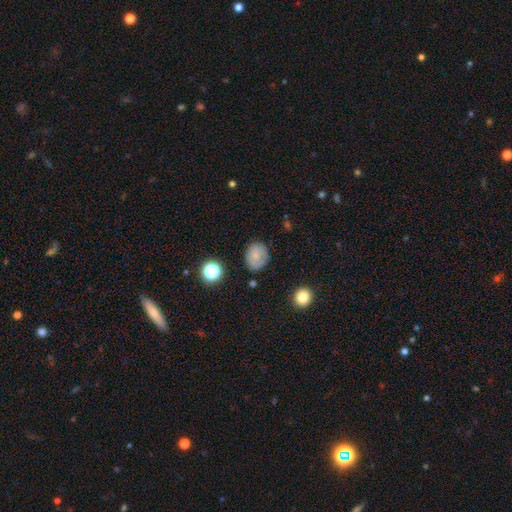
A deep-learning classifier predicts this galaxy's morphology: smooth_or_featured: smooth (p=0.72) [alt: featured or disk p=0.17]
how_rounded: round (p=0.61) [alt: in between p=0.38]
merging: none (p=0.72) [alt: minor disturbance p=0.20]